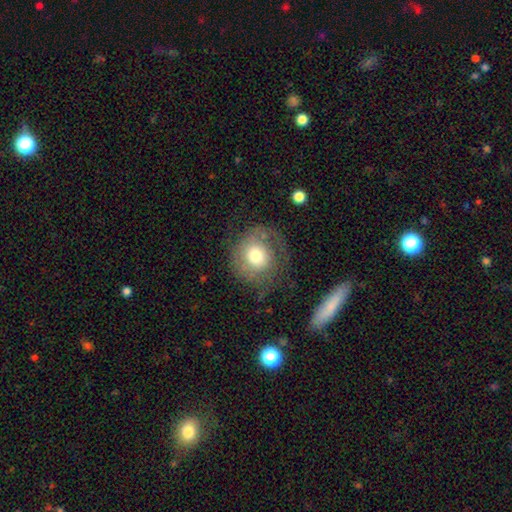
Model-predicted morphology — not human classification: smooth_or_featured: smooth (p=0.52) [alt: featured or disk p=0.40]
how_rounded: round (p=0.86) [alt: in between p=0.14]
merging: none (p=0.55) [alt: major disturbance p=0.21]